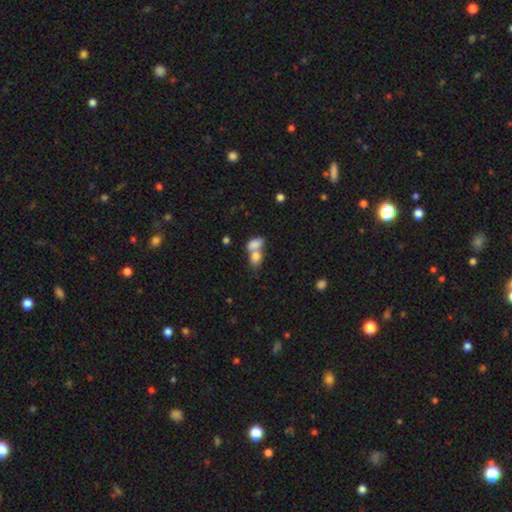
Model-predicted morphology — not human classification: Smooth or featured: smooth — 80% (featured or disk — 11%)
How rounded: in between — 79% (round — 17%)
Merging: merger — 68% (none — 22%)